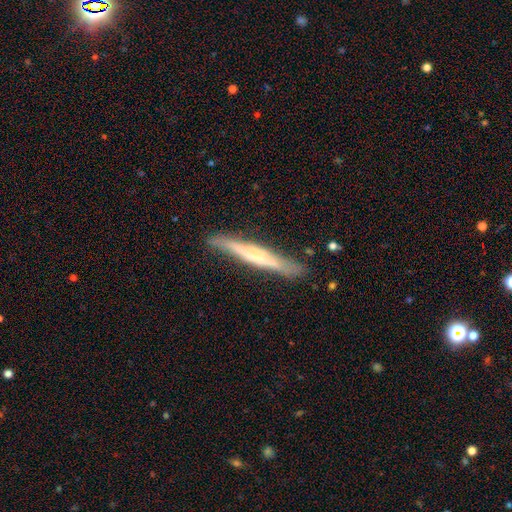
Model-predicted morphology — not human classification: Smooth or featured? Predicted: featured or disk (p=0.57). Edge-on disk? Predicted: yes (p=0.93). Edge-on bulge? Predicted: none (p=0.48). Merging? Predicted: none (p=0.82).